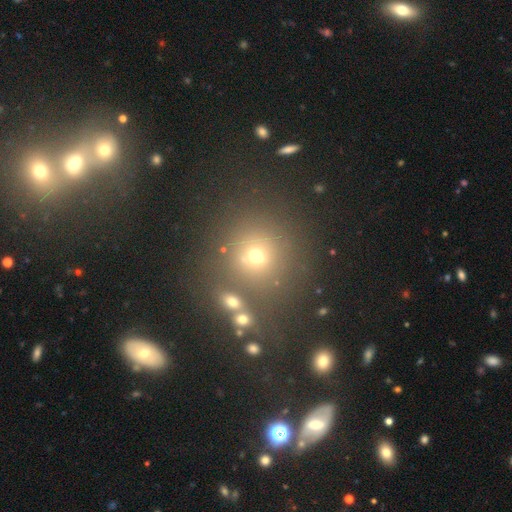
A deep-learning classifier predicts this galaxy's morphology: A smooth galaxy with no disk features (60%) that is round (88%). Merging: none (70%).